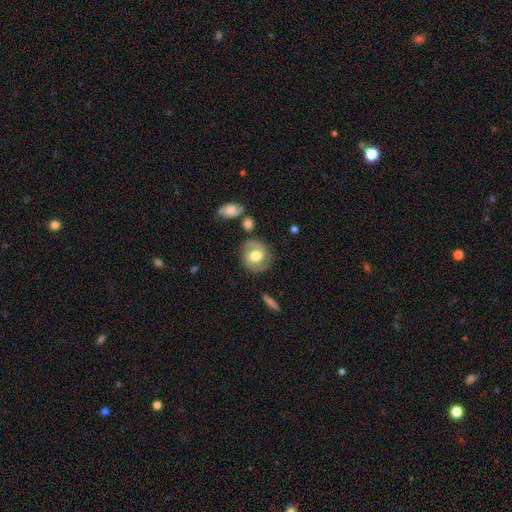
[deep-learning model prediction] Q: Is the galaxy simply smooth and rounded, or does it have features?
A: featured or disk — 50%.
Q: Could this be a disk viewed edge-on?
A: no — 95%.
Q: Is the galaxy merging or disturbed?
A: none — 78%.